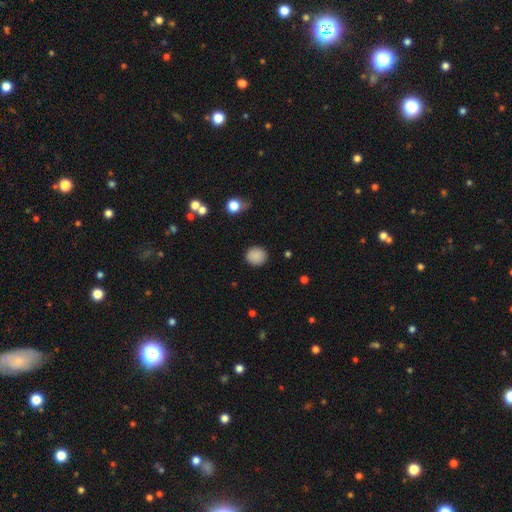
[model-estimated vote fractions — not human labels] Smooth or featured?
  - smooth: 87% *
  - star or artifact: 9%
  - featured or disk: 3%
How rounded?
  - round: 84% *
  - in between: 15%
  - cigar-shaped: 1%
Merging?
  - none: 88% *
  - minor disturbance: 8%
  - major disturbance: 3%
  - merger: 1%